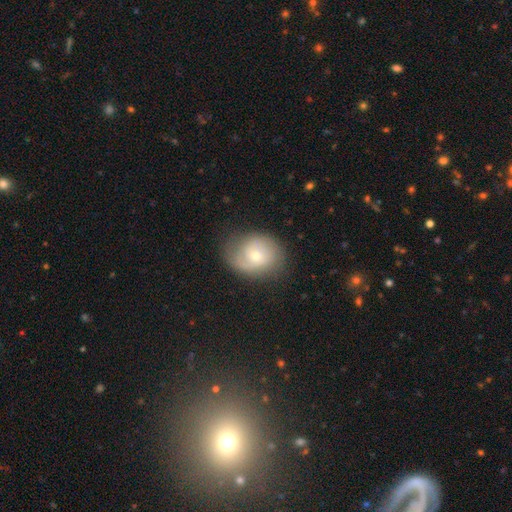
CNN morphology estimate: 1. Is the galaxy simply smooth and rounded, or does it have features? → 53% featured or disk, 39% smooth, 8% star or artifact.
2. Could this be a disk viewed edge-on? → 96% no, 4% yes.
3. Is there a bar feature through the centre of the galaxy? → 67% no, 28% weak, 5% strong.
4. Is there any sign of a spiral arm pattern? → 81% yes, 19% no.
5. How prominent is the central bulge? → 52% small, 43% moderate, 3% large, 1% none, 1% dominant.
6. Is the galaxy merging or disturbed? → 71% none, 19% minor disturbance, 9% major disturbance, 1% merger.